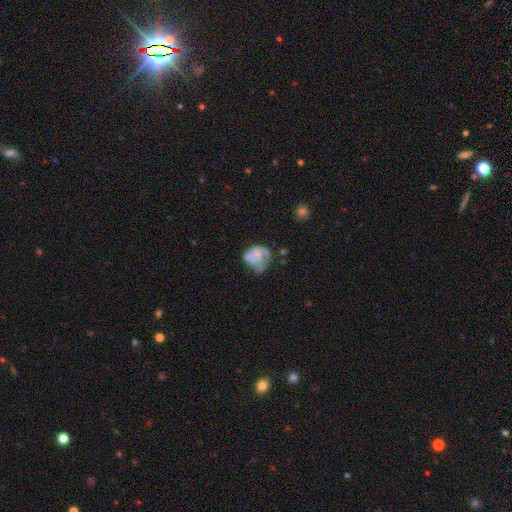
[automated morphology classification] smooth_or_featured: featured or disk (p=0.50) [alt: smooth p=0.40]
merging: none (p=0.35) [alt: major disturbance p=0.27]